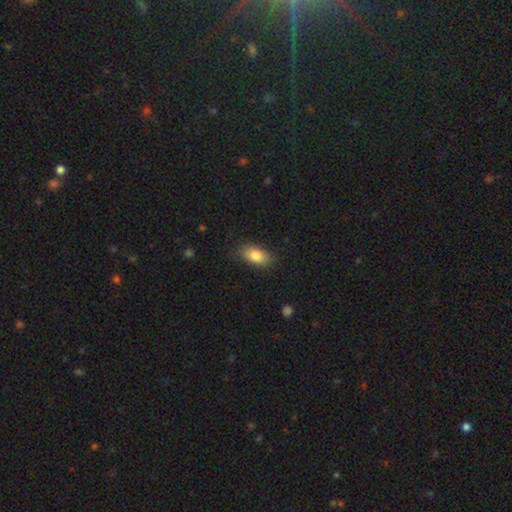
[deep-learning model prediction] A smooth galaxy with no disk features (83%) that is in between round and cigar-shaped (89%). Merging: none (82%).